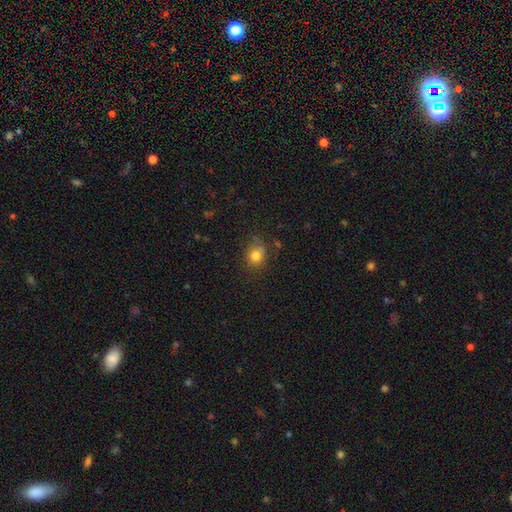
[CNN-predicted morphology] smooth 80%, star or artifact 13%, featured or disk 7%. Down the decision tree: how rounded — round (72%); merging — none (74%).